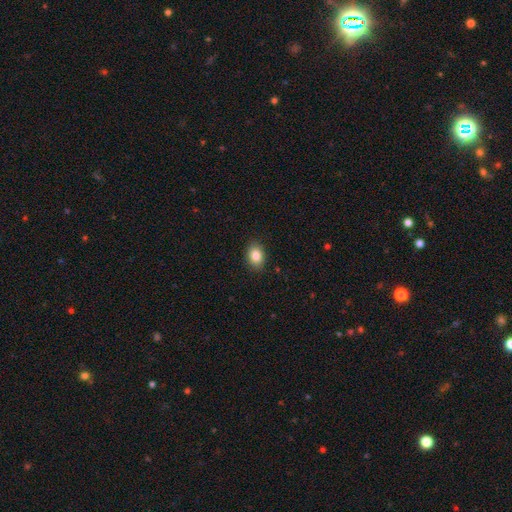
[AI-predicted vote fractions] Smooth or featured? smooth (85%)
How rounded? in between (69%)
Merging? none (88%)